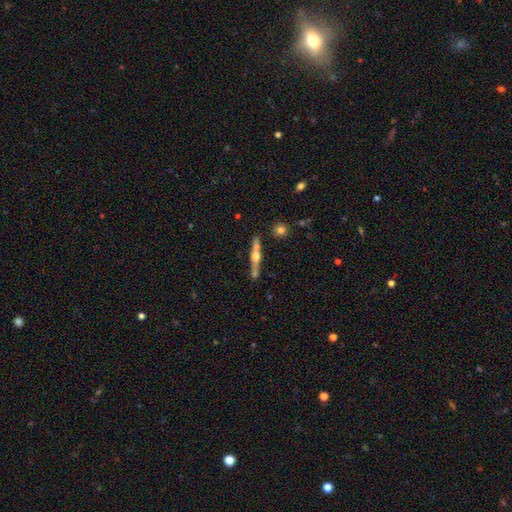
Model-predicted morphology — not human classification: A featured or disk galaxy (66%) viewed edge-on (95%) with a rounded central bulge (91%).

Vote fractions:
- Smooth or featured? featured or disk: 66% / smooth: 27% / star or artifact: 7%
- Edge-on disk? yes: 95% / no: 5%
- Edge-on bulge? rounded: 91% / boxy: 6% / none: 4%
- Merging? none: 66% / merger: 17% / minor disturbance: 13% / major disturbance: 4%